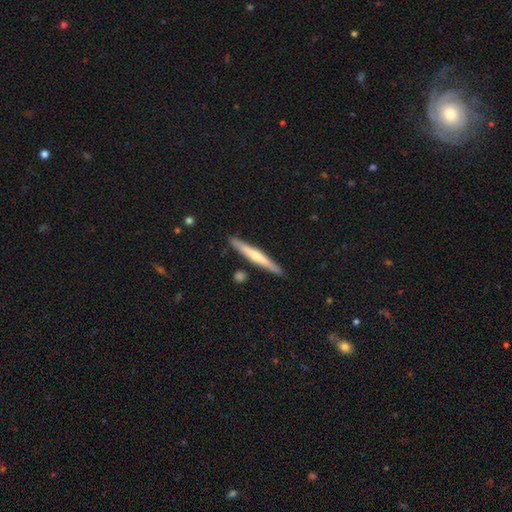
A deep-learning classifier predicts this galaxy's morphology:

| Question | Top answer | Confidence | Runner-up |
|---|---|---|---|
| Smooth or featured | featured or disk | 49% | smooth (46%) |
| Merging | none | 88% | minor disturbance (8%) |